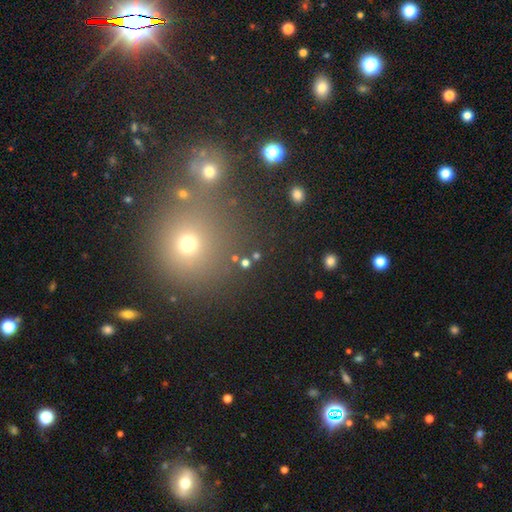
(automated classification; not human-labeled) A smooth galaxy with no disk features (54%) that is round (86%). Merging: none (77%).